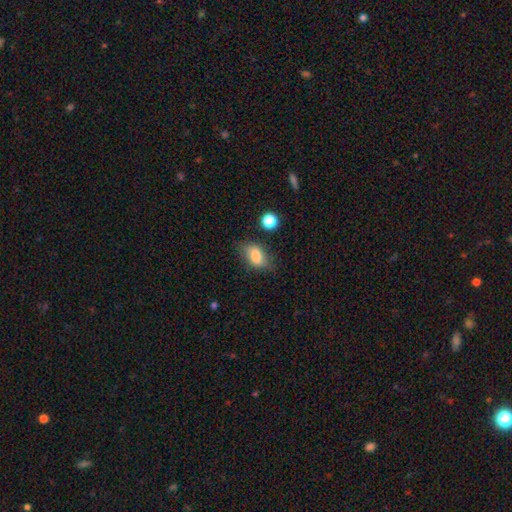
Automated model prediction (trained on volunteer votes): Smooth or featured: smooth — 80% (featured or disk — 11%)
How rounded: in between — 86% (round — 11%)
Merging: none — 68% (minor disturbance — 22%)